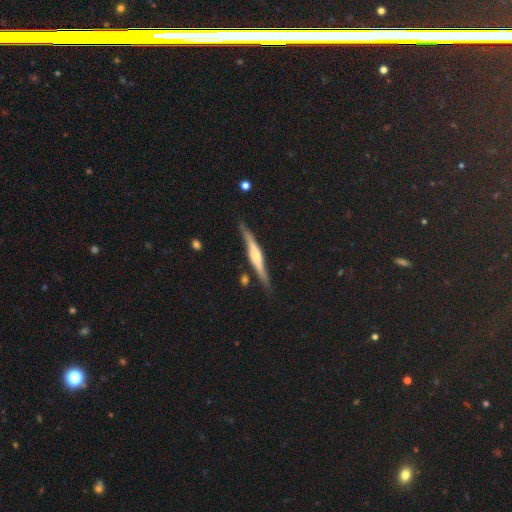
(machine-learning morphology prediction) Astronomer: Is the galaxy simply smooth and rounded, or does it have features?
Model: featured or disk — 69%.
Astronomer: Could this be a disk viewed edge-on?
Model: yes — 96%.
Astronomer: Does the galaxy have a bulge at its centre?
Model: rounded — 73%.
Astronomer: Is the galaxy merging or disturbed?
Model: none — 83%.